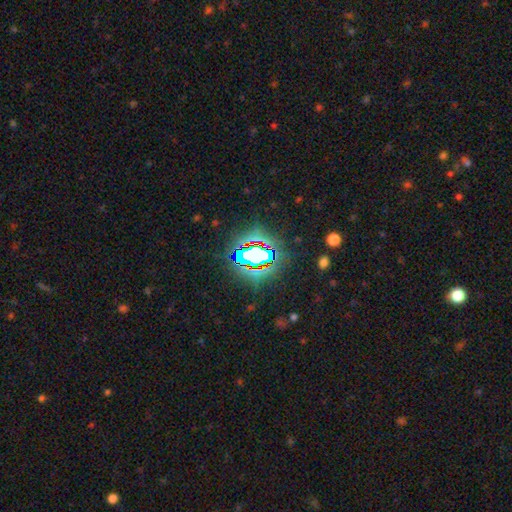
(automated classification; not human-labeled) A star or artifact, not a galaxy (71%).

Vote fractions:
- Smooth or featured? star or artifact: 71% / smooth: 18% / featured or disk: 12%